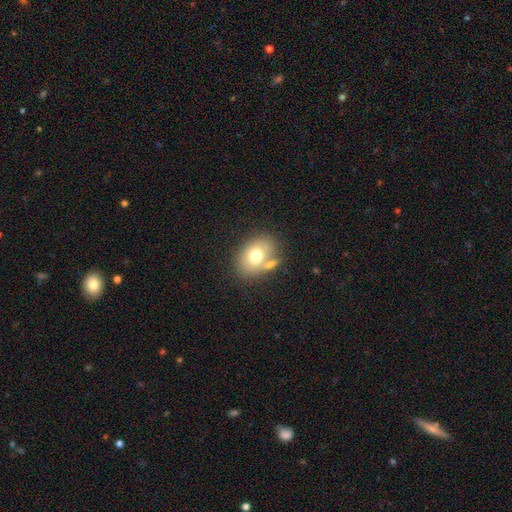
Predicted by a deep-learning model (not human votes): Smooth or featured?
  - smooth: 71% *
  - featured or disk: 20%
  - star or artifact: 9%
How rounded?
  - in between: 71% *
  - round: 28%
  - cigar-shaped: 1%
Merging?
  - none: 58% *
  - merger: 22%
  - minor disturbance: 15%
  - major disturbance: 5%